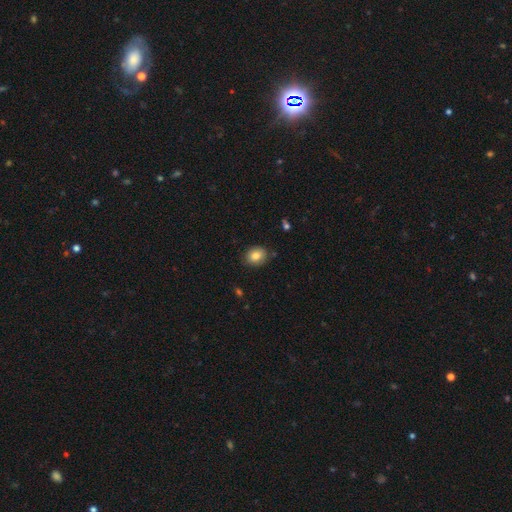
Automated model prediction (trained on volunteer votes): Q: Smooth or featured?
A: smooth (83%); runner-up: star or artifact (9%)
Q: How rounded?
A: round (54%); runner-up: in between (46%)
Q: Merging?
A: none (85%); runner-up: minor disturbance (11%)